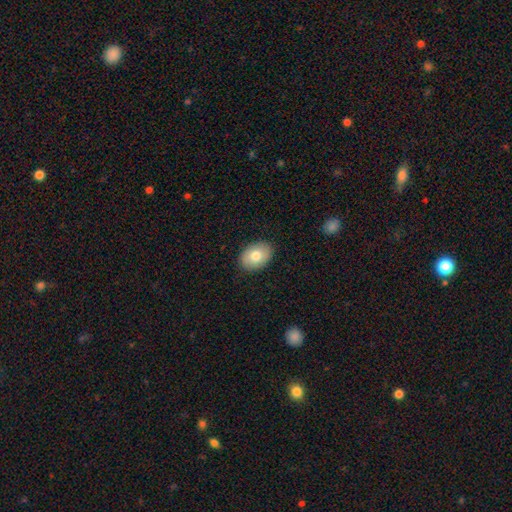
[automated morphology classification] The model was most divided on "how rounded": in between: 80%, round: 19%, cigar-shaped: 1%. More confident: merging — none (89%); smooth or featured — smooth (79%).